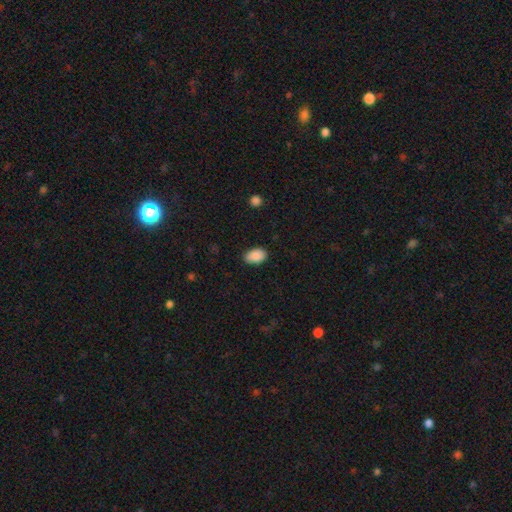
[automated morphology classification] This is clearly a smooth galaxy (90%). How rounded: clearly in between (89%). Merging: clearly none (82%).